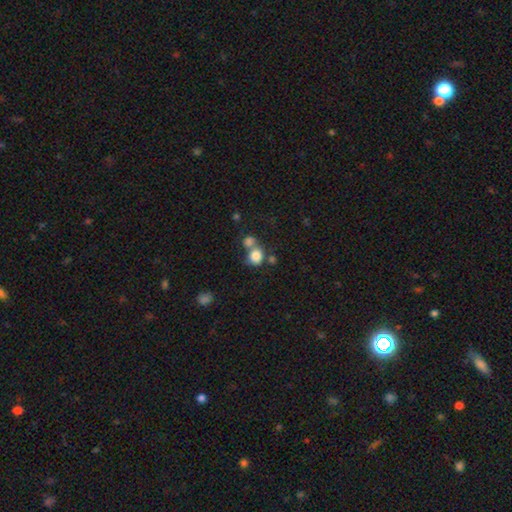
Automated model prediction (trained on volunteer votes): smooth-or-featured: smooth: 81% | star or artifact: 10% | featured or disk: 8%
  how-rounded: round: 76% | in between: 23% | cigar-shaped: 1%
  merging: merger: 43% | none: 42% | minor disturbance: 10% | major disturbance: 5%